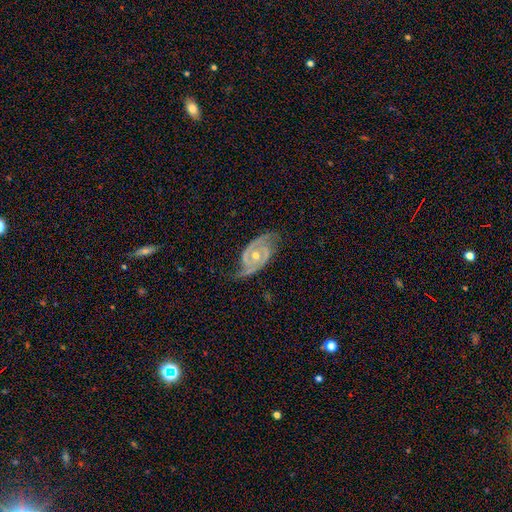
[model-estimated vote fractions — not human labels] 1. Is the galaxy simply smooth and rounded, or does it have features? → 90% featured or disk, 5% star or artifact, 5% smooth.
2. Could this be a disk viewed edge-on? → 96% no, 4% yes.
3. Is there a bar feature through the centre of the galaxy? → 66% no, 26% weak, 8% strong.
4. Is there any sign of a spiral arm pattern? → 97% yes, 3% no.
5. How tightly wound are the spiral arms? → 44% tight, 43% medium, 13% loose.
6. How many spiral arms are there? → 88% 2, 4% can't tell, 3% 3, 2% 1, 1% 4, 1% more than 4.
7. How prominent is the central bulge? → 61% moderate, 35% small, 2% large, 1% none, 1% dominant.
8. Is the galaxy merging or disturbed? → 70% none, 20% minor disturbance, 8% major disturbance, 2% merger.